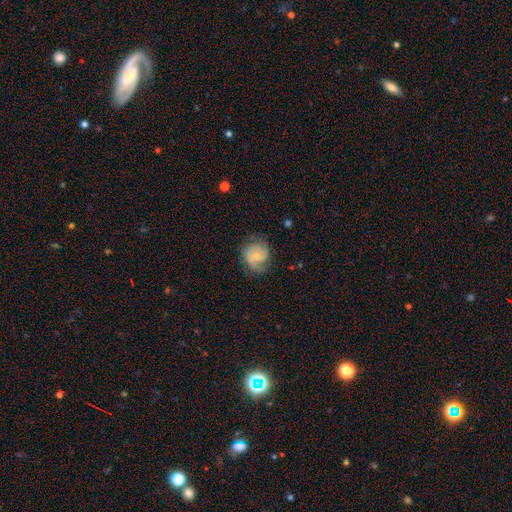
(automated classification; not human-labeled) This is likely a featured or disk galaxy (69%). It is clearly not viewed edge-on (98%). Bar: likely no (69%). Spiral arm pattern: clearly yes (93%). Spiral arm count: possibly 2 (56%). Spiral winding: marginally medium (42%). Central bulge: likely small (68%). Merging: likely none (69%).